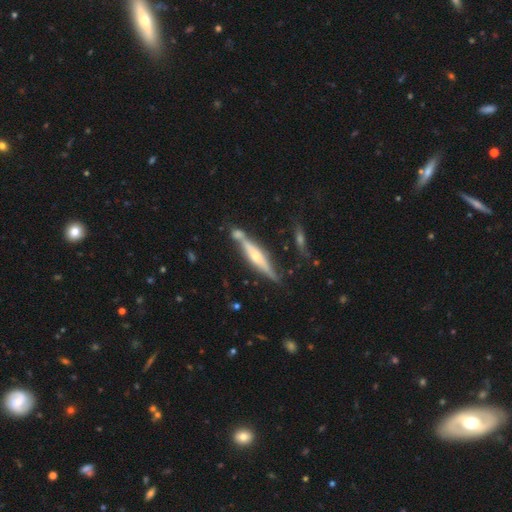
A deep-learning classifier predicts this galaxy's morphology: featured or disk 68%, smooth 26%, star or artifact 6%. Down the decision tree: edge-on disk — yes (92%); edge-on bulge — rounded (82%); merging — none (64%).